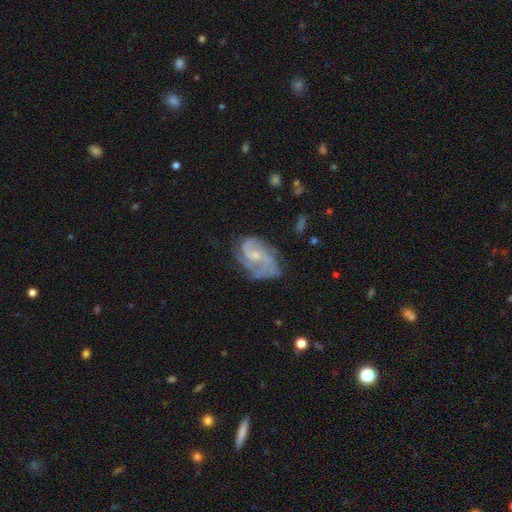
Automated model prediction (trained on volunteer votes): Smooth or featured?
  - featured or disk: 84% *
  - smooth: 10%
  - star or artifact: 6%
Edge-on disk?
  - no: 98% *
  - yes: 2%
Bar?
  - no: 60% *
  - weak: 34%
  - strong: 6%
Spiral arms?
  - yes: 95% *
  - no: 5%
Spiral winding?
  - medium: 47% *
  - tight: 35%
  - loose: 17%
Spiral arm count?
  - 2: 50% *
  - 3: 22%
  - can't tell: 15%
  - 1: 5%
  - 4: 4%
  - more than 4: 4%
Bulge size?
  - small: 66% *
  - moderate: 27%
  - none: 4%
  - large: 1%
  - dominant: 1%
Merging?
  - none: 61% *
  - minor disturbance: 24%
  - major disturbance: 13%
  - merger: 2%